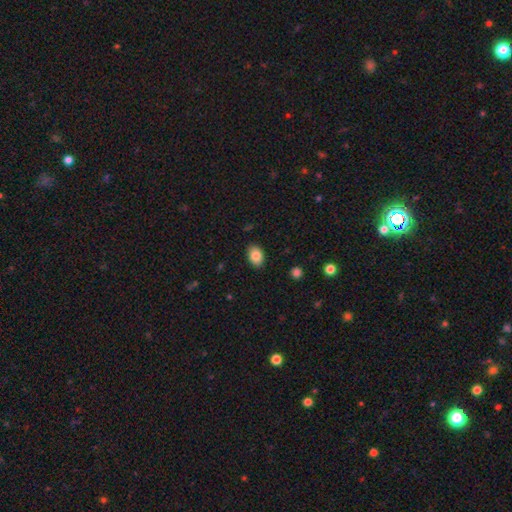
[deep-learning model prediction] Q: Smooth or featured?
A: smooth (85%); runner-up: star or artifact (8%)
Q: How rounded?
A: in between (82%); runner-up: round (16%)
Q: Merging?
A: none (87%); runner-up: minor disturbance (10%)